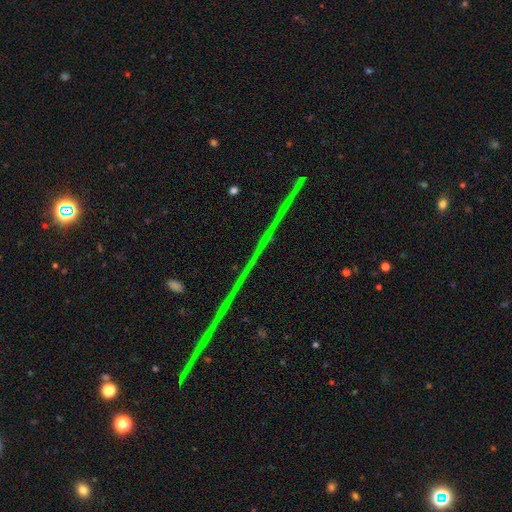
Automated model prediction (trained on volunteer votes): This appears to be a star or artifact, not a galaxy (81%).